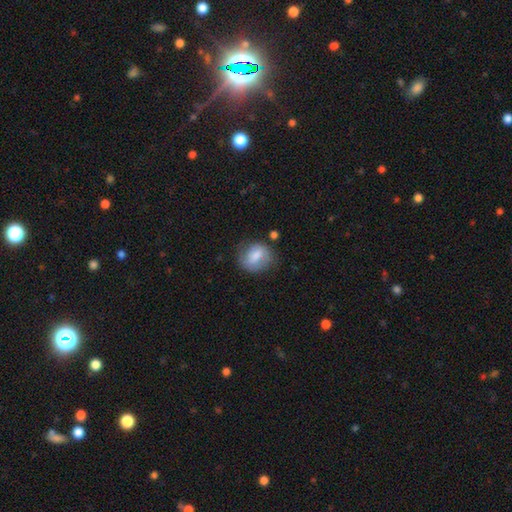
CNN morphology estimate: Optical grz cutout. It shows a smooth galaxy with no disk features (68%) that is round (64%). Merging: none (61%).